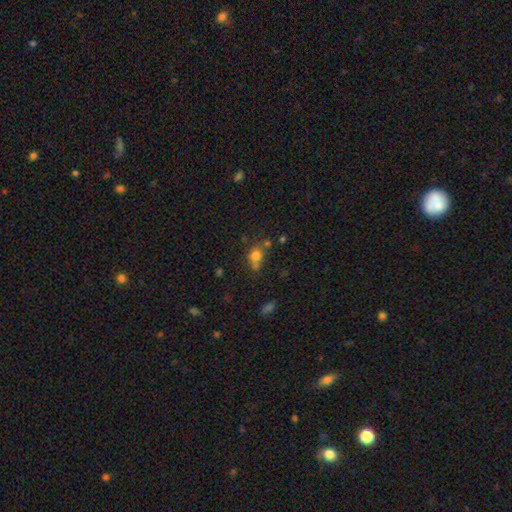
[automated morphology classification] This appears to be a smooth galaxy with no disk features (76%) that is round (74%). Merging: none (52%).